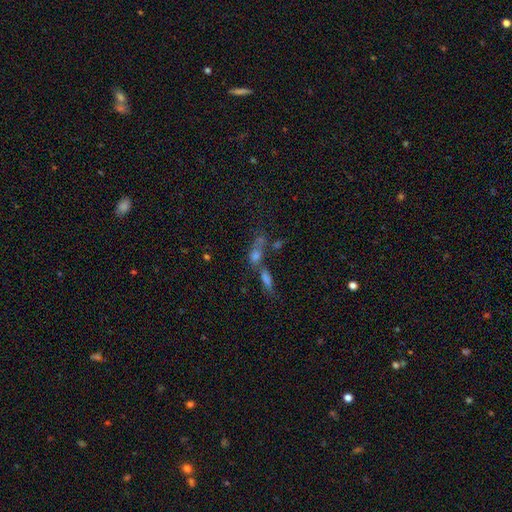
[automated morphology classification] This appears to be a smooth galaxy with no disk features (47%). Merging: merger (53%).